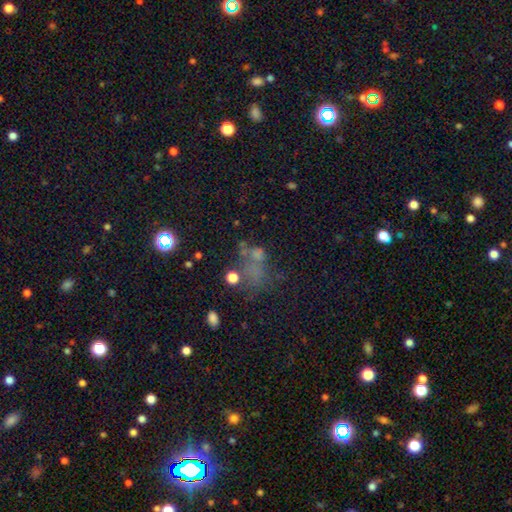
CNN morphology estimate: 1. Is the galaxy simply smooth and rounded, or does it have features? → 45% smooth, 30% star or artifact, 25% featured or disk.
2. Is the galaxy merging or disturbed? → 37% none, 26% major disturbance, 21% merger, 16% minor disturbance.